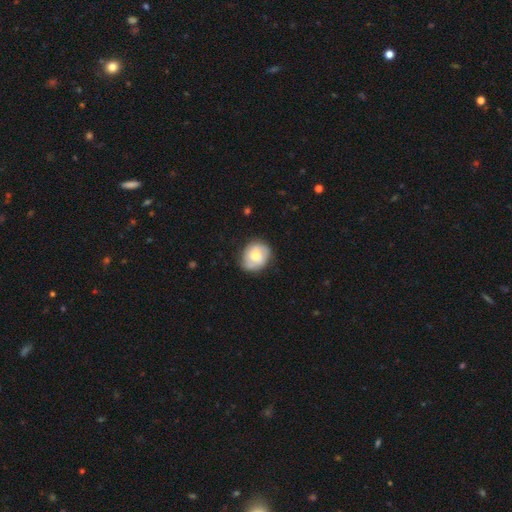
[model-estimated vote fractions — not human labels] A smooth galaxy with no disk features (58%) that is round (64%).

Vote fractions:
- Smooth or featured? smooth: 58% / featured or disk: 36% / star or artifact: 7%
- How rounded? round: 64% / in between: 35% / cigar-shaped: 1%
- Merging? none: 71% / minor disturbance: 22% / major disturbance: 5% / merger: 2%